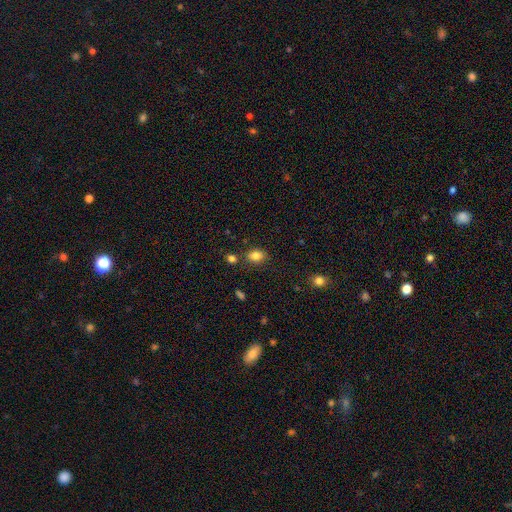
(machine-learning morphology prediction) Overall: smooth (83%). How rounded: in between (72%). Merging: none (77%).